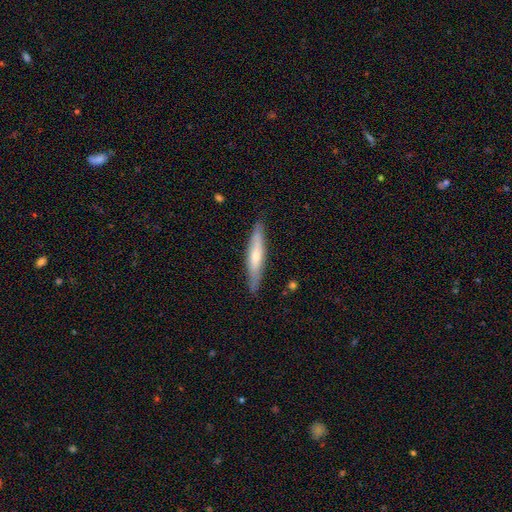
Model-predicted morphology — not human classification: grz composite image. It shows a smooth galaxy with no disk features (51%) that is cigar-shaped (88%). Merging: none (86%).